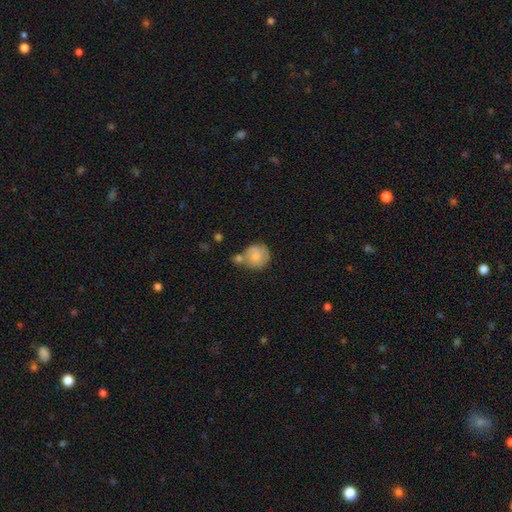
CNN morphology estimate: Smooth or featured?
  - smooth: 72% *
  - featured or disk: 21%
  - star or artifact: 7%
How rounded?
  - round: 84% *
  - in between: 15%
  - cigar-shaped: 1%
Merging?
  - none: 43% *
  - merger: 28%
  - minor disturbance: 21%
  - major disturbance: 8%